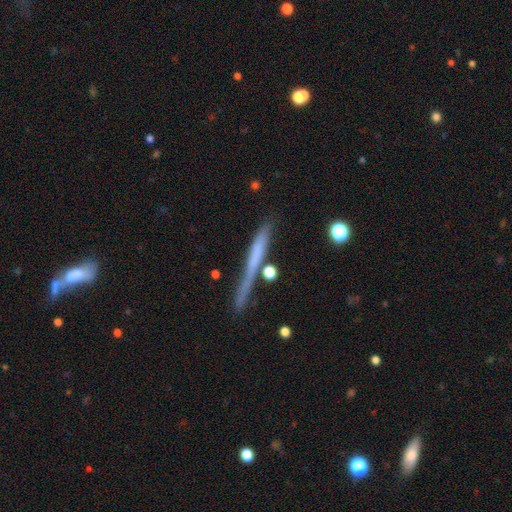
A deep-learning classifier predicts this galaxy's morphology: The model was most divided on "smooth or featured": smooth: 51%, featured or disk: 40%, star or artifact: 8%. More confident: how rounded — cigar-shaped (95%); merging — none (70%).